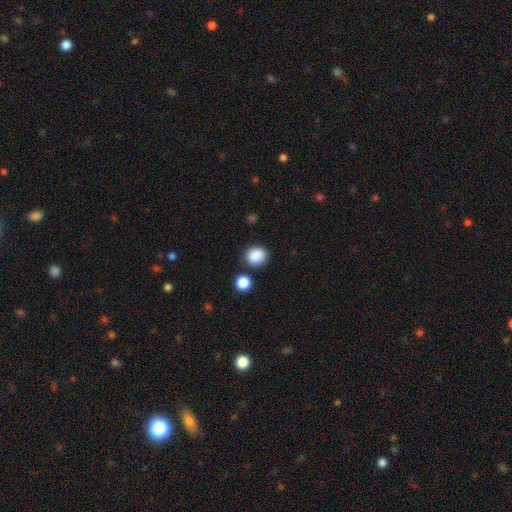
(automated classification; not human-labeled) Smooth or featured?
  - smooth: 87% *
  - star or artifact: 9%
  - featured or disk: 4%
How rounded?
  - round: 65% *
  - in between: 34%
  - cigar-shaped: 1%
Merging?
  - none: 76% *
  - minor disturbance: 13%
  - merger: 7%
  - major disturbance: 4%